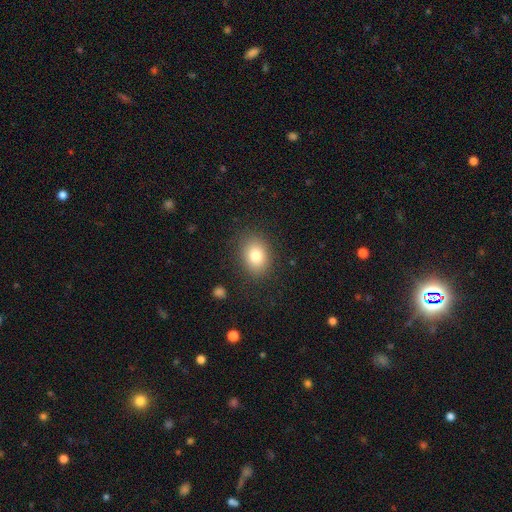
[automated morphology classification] A smooth galaxy with no disk features (81%) that is in between round and cigar-shaped (67%).

Vote fractions:
- Smooth or featured? smooth: 81% / star or artifact: 10% / featured or disk: 9%
- How rounded? in between: 67% / round: 33% / cigar-shaped: 1%
- Merging? none: 85% / minor disturbance: 10% / major disturbance: 4% / merger: 1%